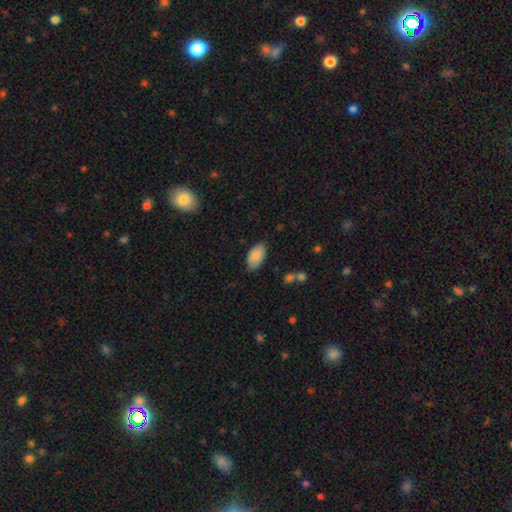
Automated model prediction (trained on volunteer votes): Smooth or featured: smooth — 85% (featured or disk — 8%)
How rounded: in between — 95% (round — 4%)
Merging: none — 78% (minor disturbance — 17%)